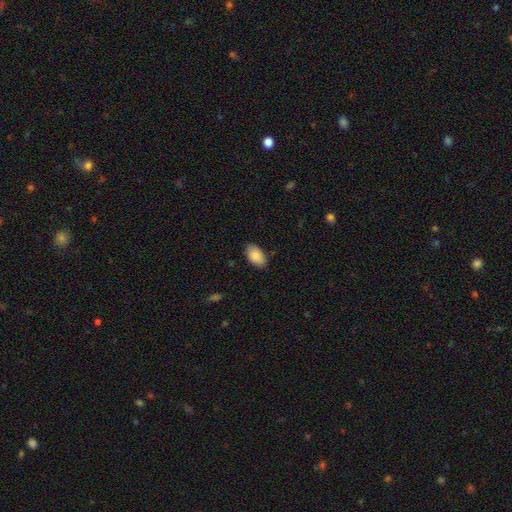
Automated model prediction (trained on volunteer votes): Q: Smooth or featured?
A: smooth (87%); runner-up: star or artifact (7%)
Q: How rounded?
A: in between (94%); runner-up: round (4%)
Q: Merging?
A: none (85%); runner-up: minor disturbance (12%)